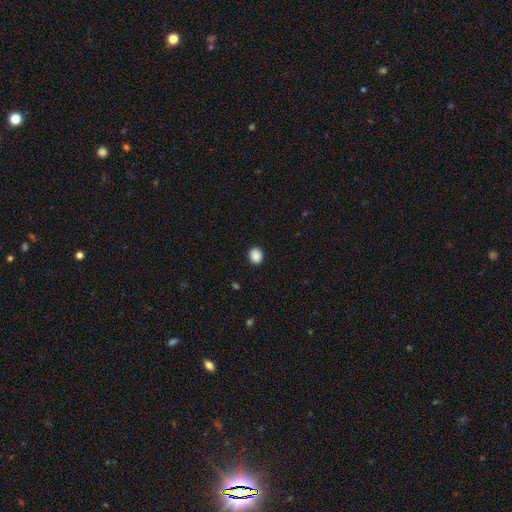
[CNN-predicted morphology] smooth 89%, star or artifact 8%, featured or disk 2%. Down the decision tree: how rounded — round (70%); merging — none (92%).